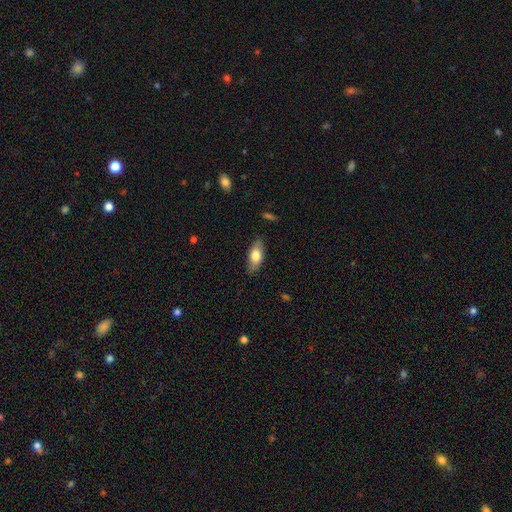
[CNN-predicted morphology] Smooth or featured? Predicted: smooth (p=0.72). How rounded? Predicted: in between (p=0.84). Merging? Predicted: none (p=0.76).